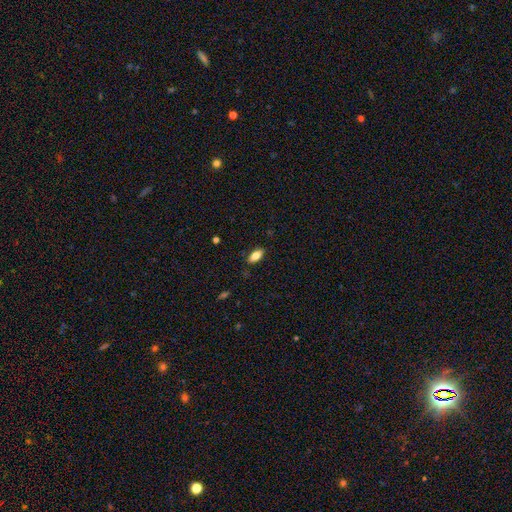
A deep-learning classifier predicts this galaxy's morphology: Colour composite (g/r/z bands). It shows a smooth galaxy with no disk features (80%) that is in between round and cigar-shaped (84%). Merging: none (86%).